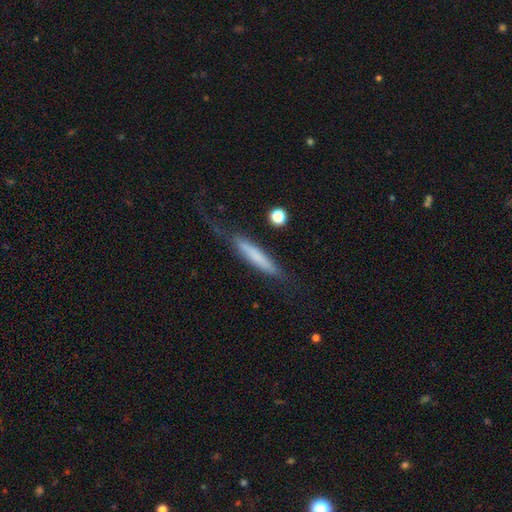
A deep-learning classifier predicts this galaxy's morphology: smooth_or_featured: smooth (p=0.60) [alt: featured or disk p=0.33]
how_rounded: cigar-shaped (p=0.91) [alt: in between p=0.07]
merging: none (p=0.57) [alt: minor disturbance p=0.23]